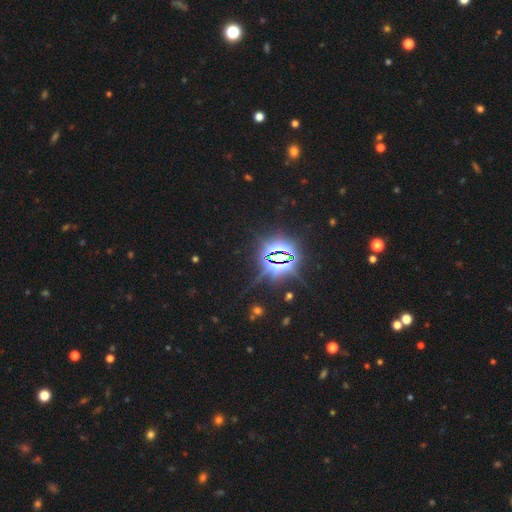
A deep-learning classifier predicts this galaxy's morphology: Smooth or featured: star or artifact — 85% (smooth — 8%)